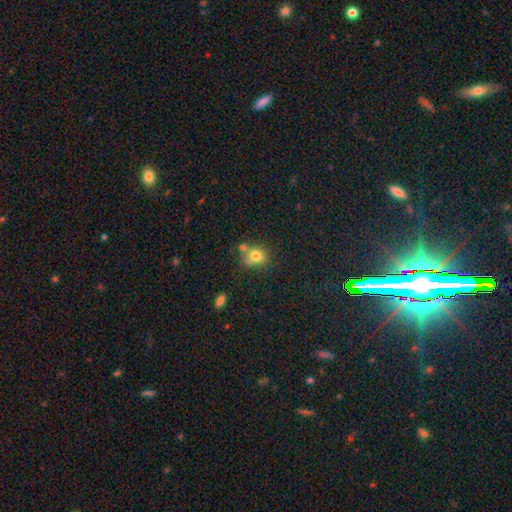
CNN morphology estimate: Q: Smooth or featured?
A: smooth (78%); runner-up: star or artifact (12%)
Q: How rounded?
A: round (71%); runner-up: in between (28%)
Q: Merging?
A: none (54%); runner-up: merger (22%)